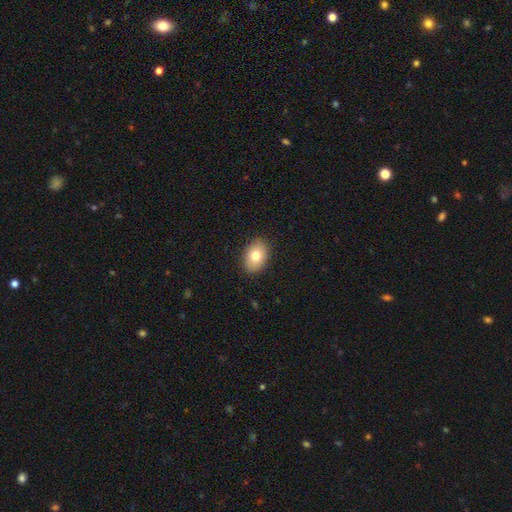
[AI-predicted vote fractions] smooth-or-featured: smooth: 78% | featured or disk: 14% | star or artifact: 8%
  how-rounded: in between: 81% | round: 18% | cigar-shaped: 1%
  merging: none: 88% | minor disturbance: 9% | major disturbance: 2% | merger: 1%